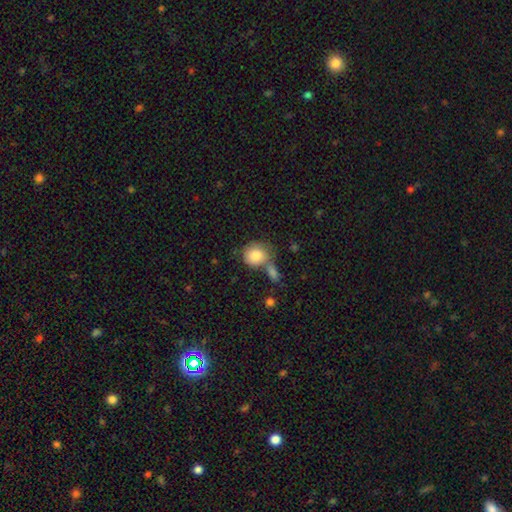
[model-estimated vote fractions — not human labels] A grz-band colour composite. It shows a smooth galaxy with no disk features (84%) that is round (76%). Merging: none (41%).